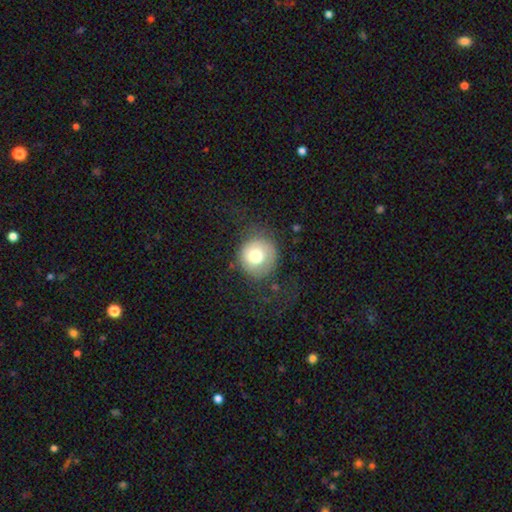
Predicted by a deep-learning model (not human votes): This appears to be a smooth galaxy with no disk features (73%) that is round (90%). Merging: none (70%).